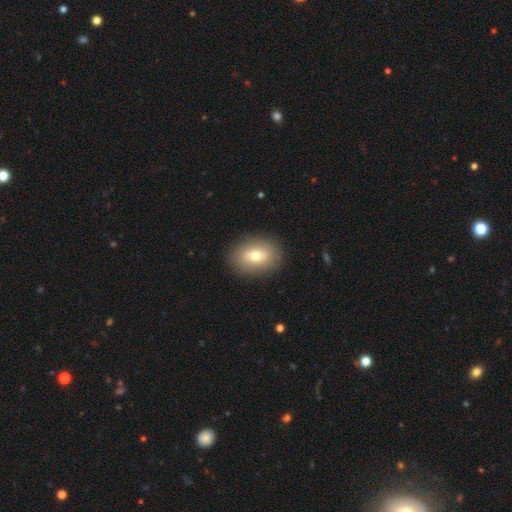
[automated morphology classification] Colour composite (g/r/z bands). It shows a smooth galaxy with no disk features (69%) that is in between round and cigar-shaped (75%). Merging: none (88%).